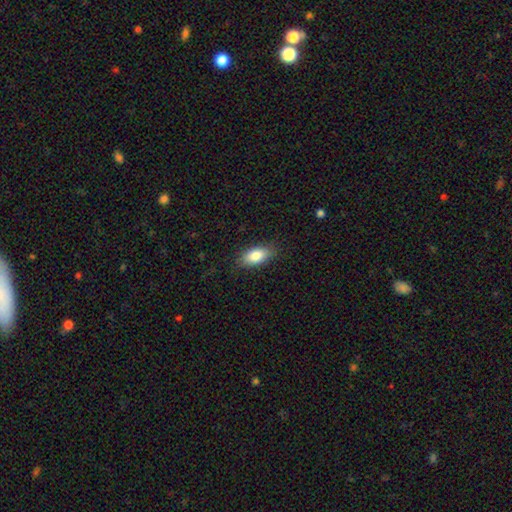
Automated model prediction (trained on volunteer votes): Smooth or featured: smooth — 83% (featured or disk — 10%)
How rounded: in between — 89% (cigar-shaped — 7%)
Merging: none — 84% (minor disturbance — 12%)